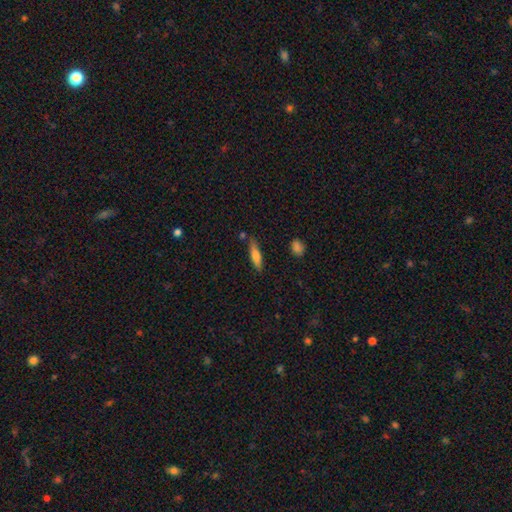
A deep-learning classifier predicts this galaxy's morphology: smooth_or_featured: smooth (p=0.69) [alt: featured or disk p=0.24]
how_rounded: cigar-shaped (p=0.72) [alt: in between p=0.26]
merging: none (p=0.78) [alt: minor disturbance p=0.14]